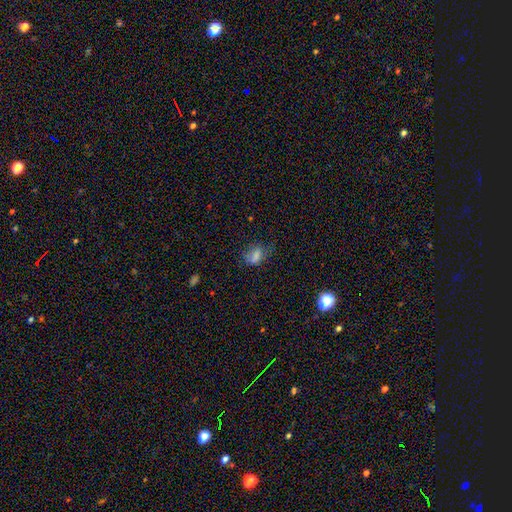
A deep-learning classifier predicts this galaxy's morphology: smooth_or_featured: smooth (p=0.74) [alt: star or artifact p=0.14]
how_rounded: in between (p=0.79) [alt: round p=0.16]
merging: none (p=0.50) [alt: minor disturbance p=0.30]